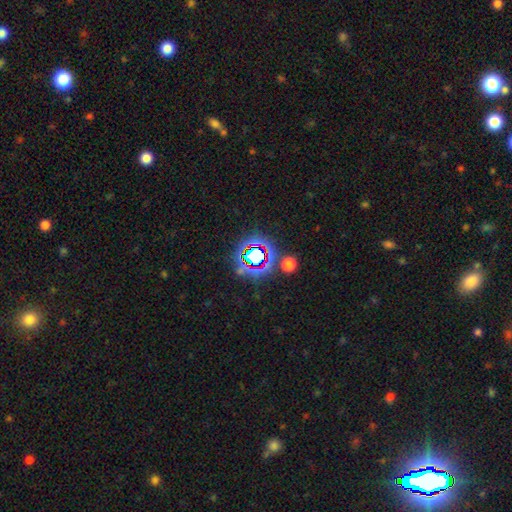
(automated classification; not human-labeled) smooth-or-featured: star or artifact: 66% | smooth: 21% | featured or disk: 13%